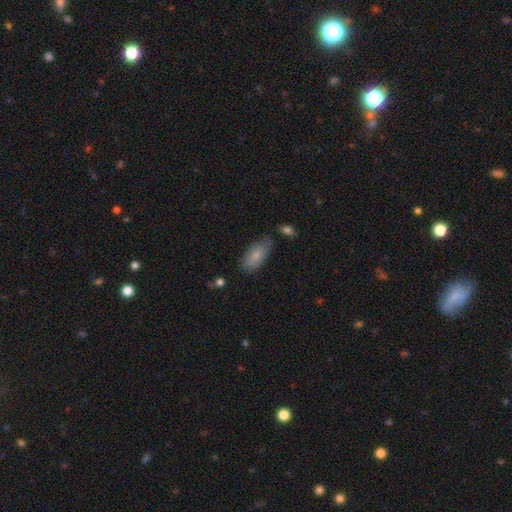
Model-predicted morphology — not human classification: This appears to be a smooth galaxy with no disk features (79%) that is in between round and cigar-shaped (90%). Merging: none (74%).